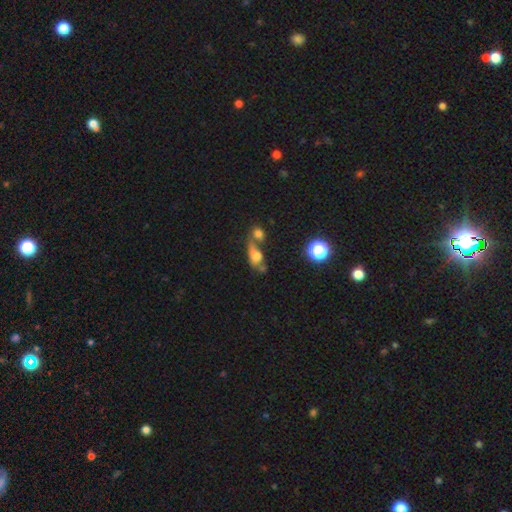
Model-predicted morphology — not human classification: type=smooth (62%); roundness=in between (68%); merging=merger (49%).